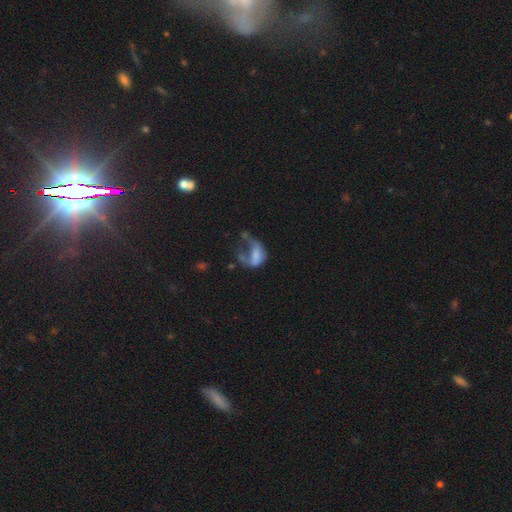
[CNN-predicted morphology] smooth-or-featured: smooth: 49% | featured or disk: 39% | star or artifact: 12%
  merging: major disturbance: 58% | none: 15% | minor disturbance: 15% | merger: 12%